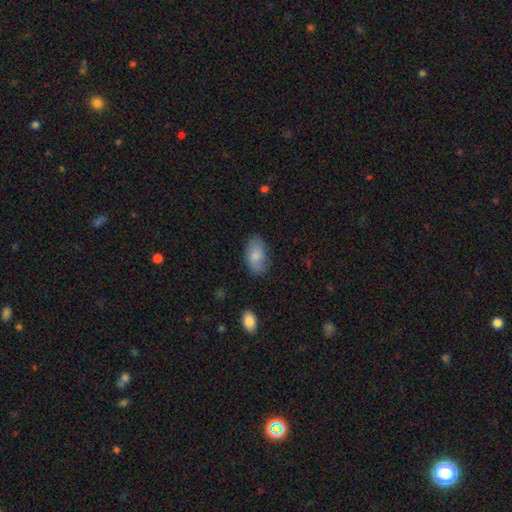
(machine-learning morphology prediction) type=smooth (80%); roundness=in between (93%); merging=none (77%).